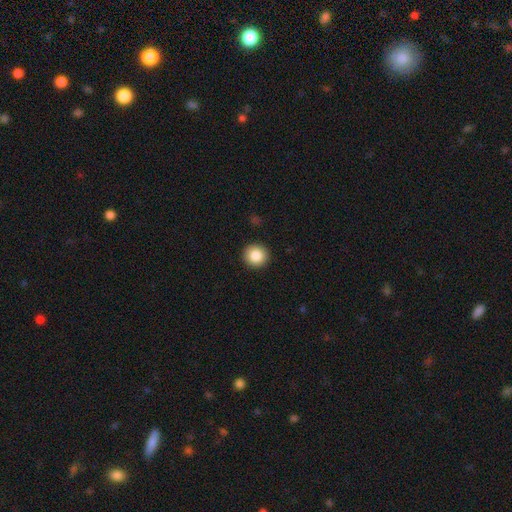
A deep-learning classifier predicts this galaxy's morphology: type=smooth (87%); roundness=round (94%); merging=none (92%).